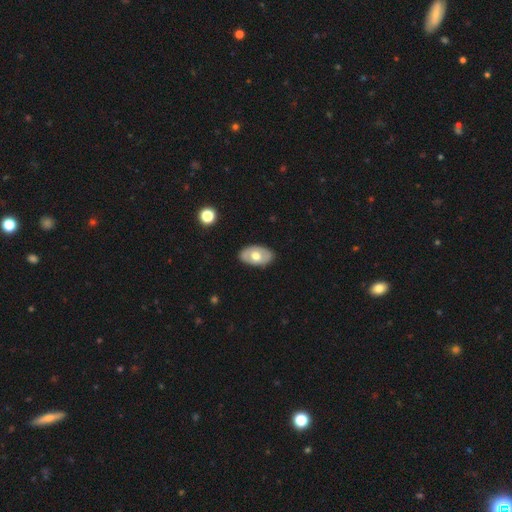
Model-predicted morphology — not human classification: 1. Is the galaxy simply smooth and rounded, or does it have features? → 53% smooth, 41% featured or disk, 6% star or artifact.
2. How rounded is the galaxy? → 90% in between, 8% round, 1% cigar-shaped.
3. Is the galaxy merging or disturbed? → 85% none, 11% minor disturbance, 2% major disturbance, 1% merger.